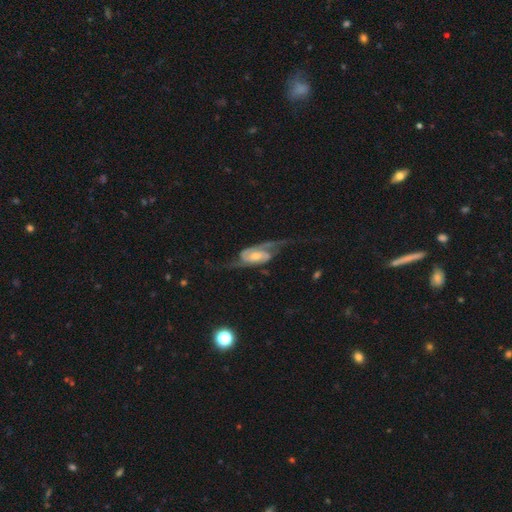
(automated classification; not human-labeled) A featured or disk galaxy (86%) with no bar (46%), 2 (89%) medium (42%) spiral arms (96%) and a moderate central bulge (49%). Merging: none (54%).